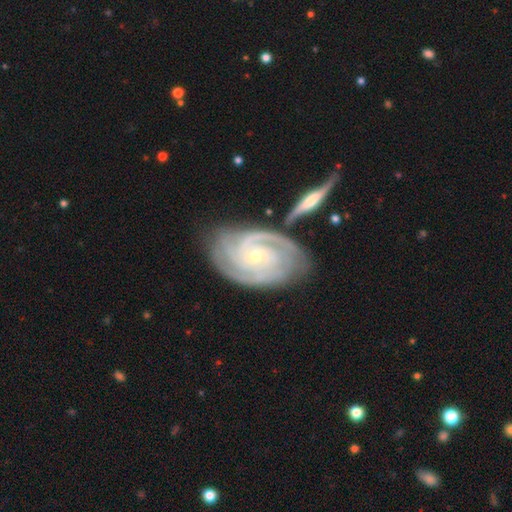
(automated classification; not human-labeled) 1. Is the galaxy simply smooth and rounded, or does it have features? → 90% featured or disk, 5% smooth, 5% star or artifact.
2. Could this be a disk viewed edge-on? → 96% no, 4% yes.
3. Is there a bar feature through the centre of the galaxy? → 58% no, 32% weak, 10% strong.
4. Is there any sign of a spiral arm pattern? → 98% yes, 2% no.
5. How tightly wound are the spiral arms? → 71% tight, 25% medium, 4% loose.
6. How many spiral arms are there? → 32% 3, 25% 2, 16% can't tell, 16% 4, 6% more than 4, 5% 1.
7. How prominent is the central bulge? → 76% small, 21% moderate, 1% none, 1% large, 1% dominant.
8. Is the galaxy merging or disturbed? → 68% none, 17% minor disturbance, 9% merger, 6% major disturbance.